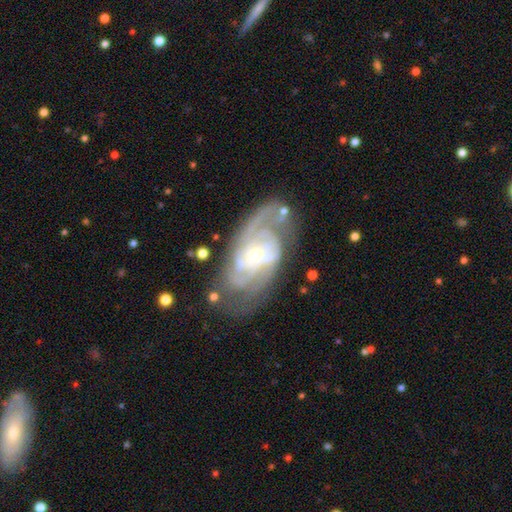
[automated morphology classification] A featured or disk galaxy (88%) with no bar (64%), 2 (29%) tight (58%) spiral arms (96%) and a small central bulge (74%).

Vote fractions:
- Smooth or featured? featured or disk: 88% / smooth: 6% / star or artifact: 6%
- Edge-on disk? no: 96% / yes: 4%
- Bar? no: 64% / weak: 28% / strong: 8%
- Spiral arms? yes: 96% / no: 4%
- Spiral winding? tight: 58% / medium: 34% / loose: 8%
- Spiral arm count? 2: 29% / can't tell: 27% / 3: 21% / 4: 11% / more than 4: 6% / 1: 5%
- Bulge size? small: 74% / moderate: 22% / large: 2% / none: 2% / dominant: 1%
- Merging? none: 65% / minor disturbance: 19% / major disturbance: 12% / merger: 3%